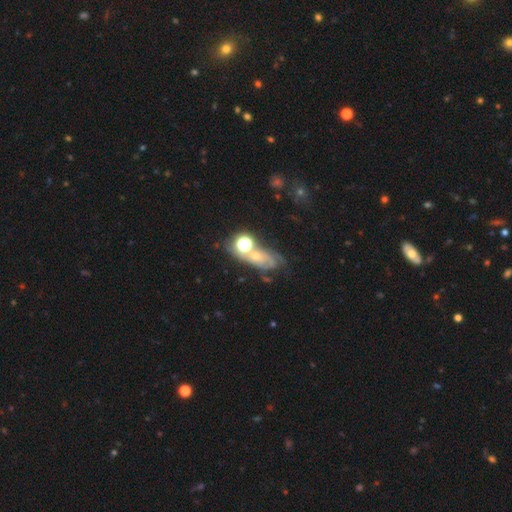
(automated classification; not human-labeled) Morphology: type=featured or disk (43%); merging=none (49%).